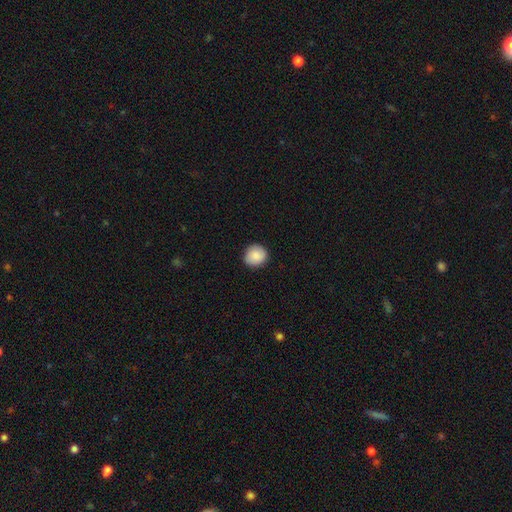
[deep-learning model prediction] smooth_or_featured: smooth (p=0.88) [alt: star or artifact p=0.07]
how_rounded: round (p=0.87) [alt: in between p=0.12]
merging: none (p=0.90) [alt: minor disturbance p=0.08]